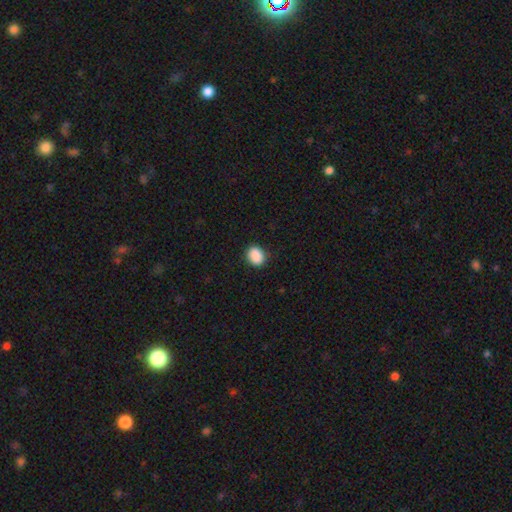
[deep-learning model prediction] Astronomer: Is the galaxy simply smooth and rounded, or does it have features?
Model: smooth — 90%.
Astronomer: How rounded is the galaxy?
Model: in between — 57% (runner-up: round, 42%).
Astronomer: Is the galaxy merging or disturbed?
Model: none — 87%.